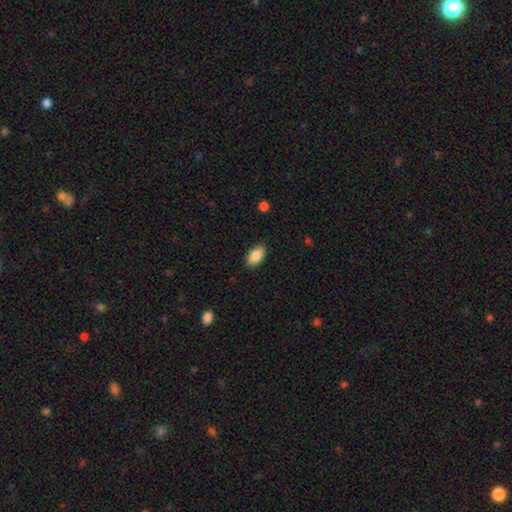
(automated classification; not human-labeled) Smooth or featured? smooth (88%)
How rounded? in between (93%)
Merging? none (85%)